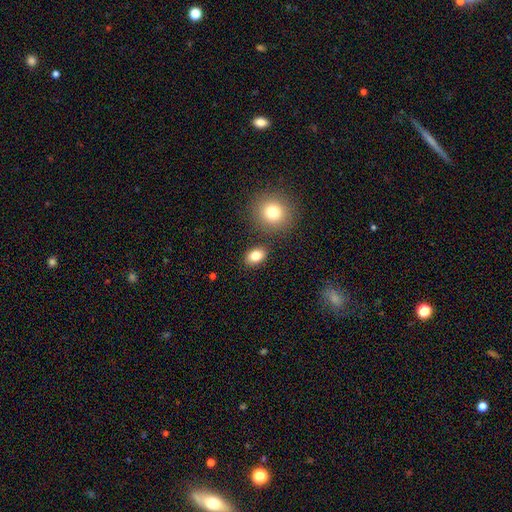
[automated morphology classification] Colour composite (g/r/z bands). It shows a smooth galaxy with no disk features (82%) that is in between round and cigar-shaped (76%). Merging: none (81%).